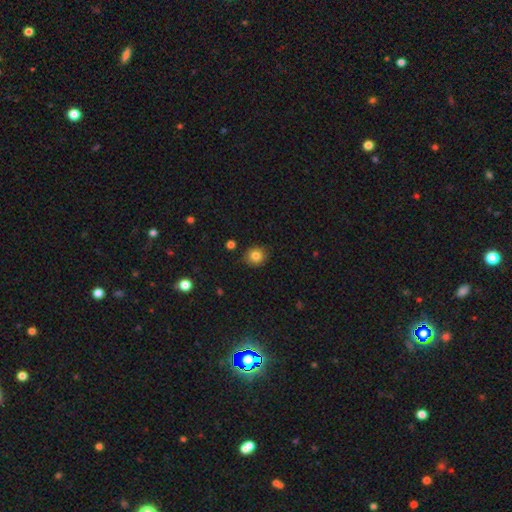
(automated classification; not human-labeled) A smooth galaxy with no disk features (83%) that is round (84%). Merging: none (88%).